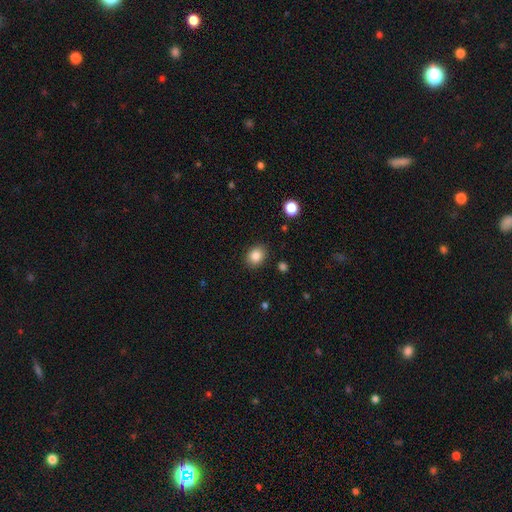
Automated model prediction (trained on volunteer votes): Smooth or featured? Predicted: smooth (p=0.85). How rounded? Predicted: round (p=0.52). Merging? Predicted: none (p=0.87).